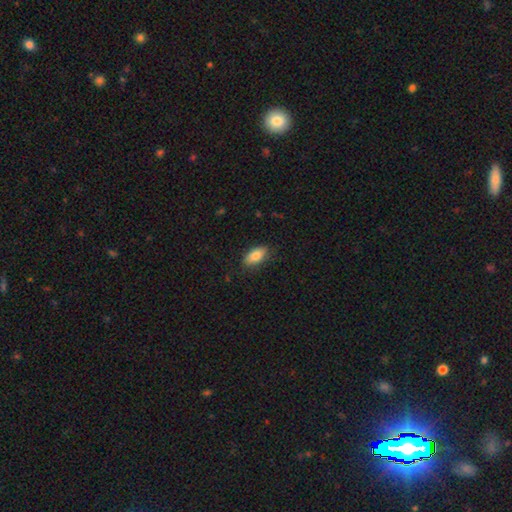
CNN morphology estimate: type=smooth (82%); roundness=in between (89%); merging=none (81%).